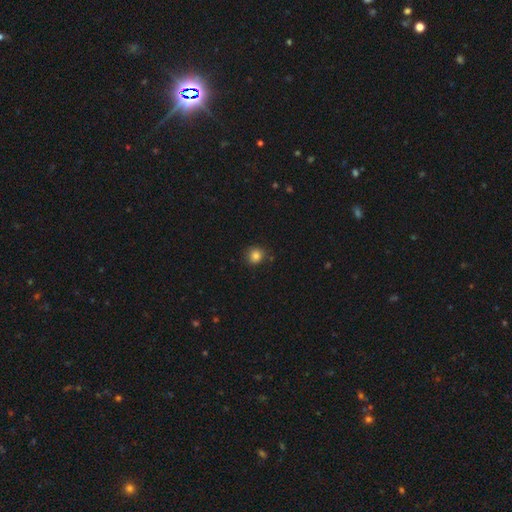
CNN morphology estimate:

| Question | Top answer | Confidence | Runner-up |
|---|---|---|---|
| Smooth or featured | smooth | 84% | star or artifact (11%) |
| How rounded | round | 88% | in between (11%) |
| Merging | none | 83% | minor disturbance (12%) |